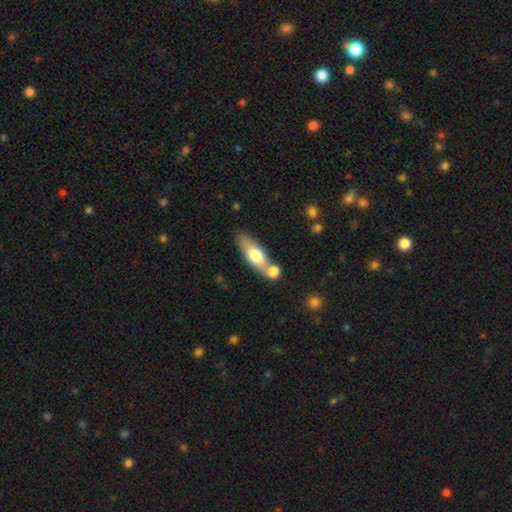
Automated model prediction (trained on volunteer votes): smooth 65%, featured or disk 29%, star or artifact 6%. Down the decision tree: how rounded — in between (55%); merging — none (47%).